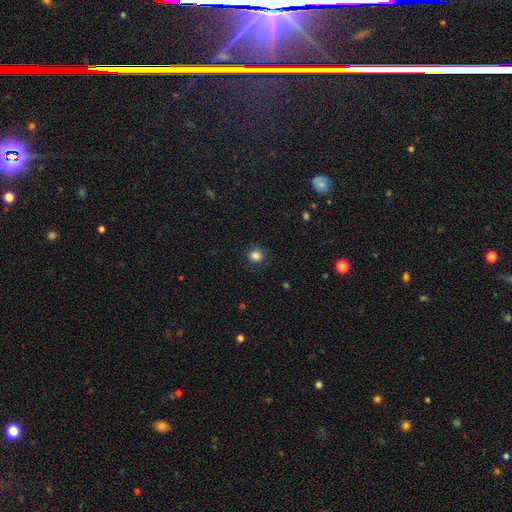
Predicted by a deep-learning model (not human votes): A smooth galaxy with no disk features (84%) that is round (90%).

Vote fractions:
- Smooth or featured? smooth: 84% / star or artifact: 12% / featured or disk: 4%
- How rounded? round: 90% / in between: 10% / cigar-shaped: 1%
- Merging? none: 88% / minor disturbance: 8% / major disturbance: 3% / merger: 1%